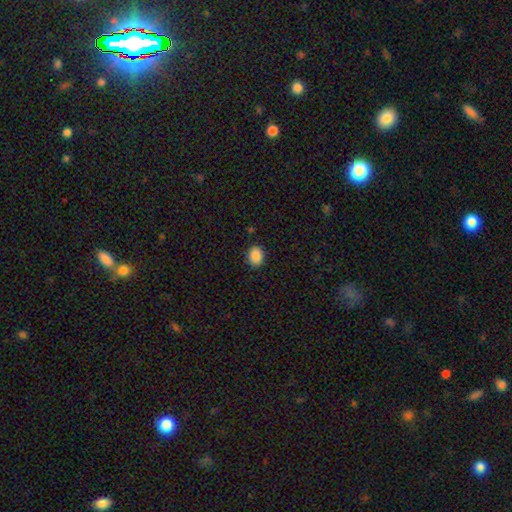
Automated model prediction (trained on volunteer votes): The model was most divided on "how rounded": in between: 54%, round: 45%, cigar-shaped: 1%. More confident: merging — none (89%); smooth or featured — smooth (89%).